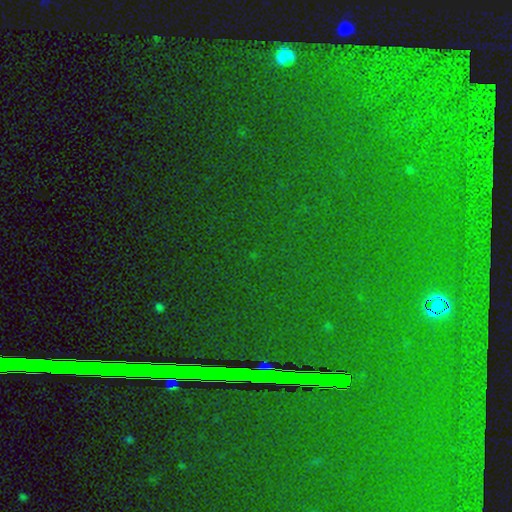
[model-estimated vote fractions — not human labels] Smooth or featured? Predicted: star or artifact (p=0.83).